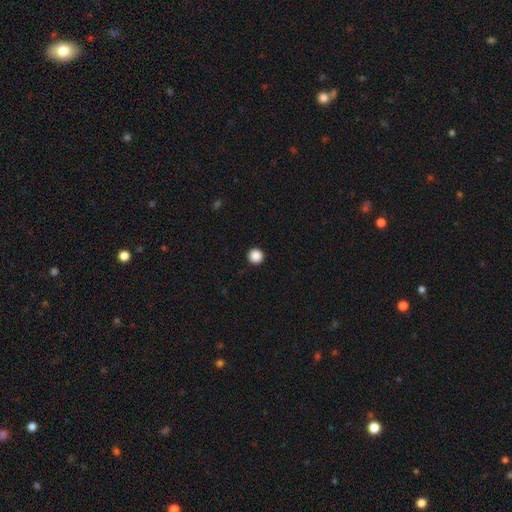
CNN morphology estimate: Smooth or featured? Predicted: smooth (p=0.88). How rounded? Predicted: round (p=0.96). Merging? Predicted: none (p=0.94).